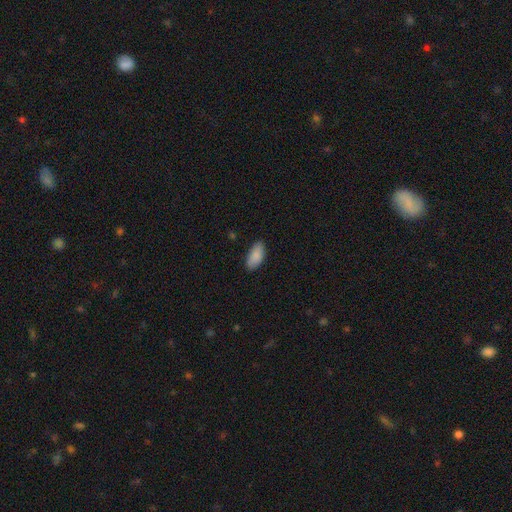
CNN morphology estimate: This appears to be a smooth galaxy with no disk features (89%) that is in between round and cigar-shaped (91%). Merging: none (85%).